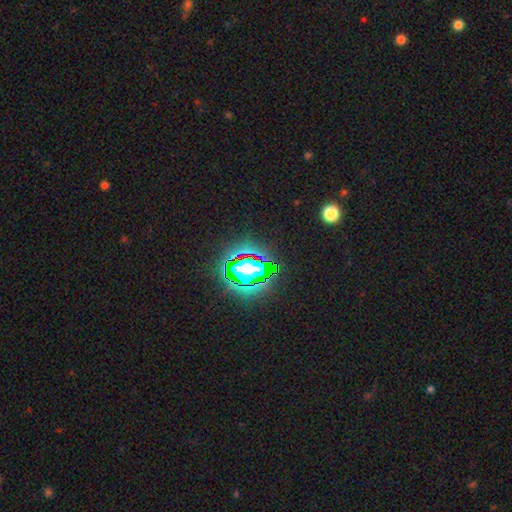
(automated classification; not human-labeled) smooth-or-featured: star or artifact: 82% | smooth: 11% | featured or disk: 7%